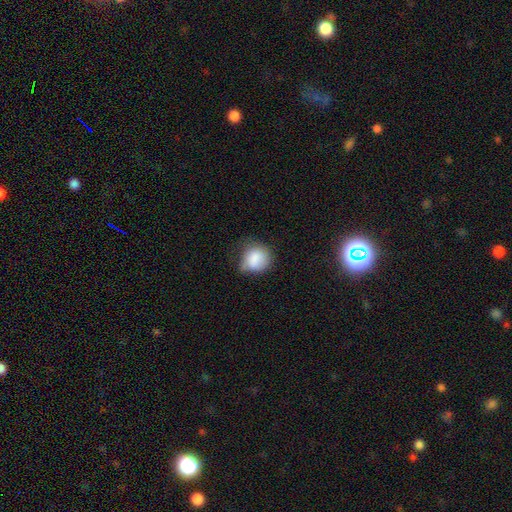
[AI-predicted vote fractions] Overall: smooth (84%). How rounded: round (74%). Merging: none (48%; minor disturbance 37%).